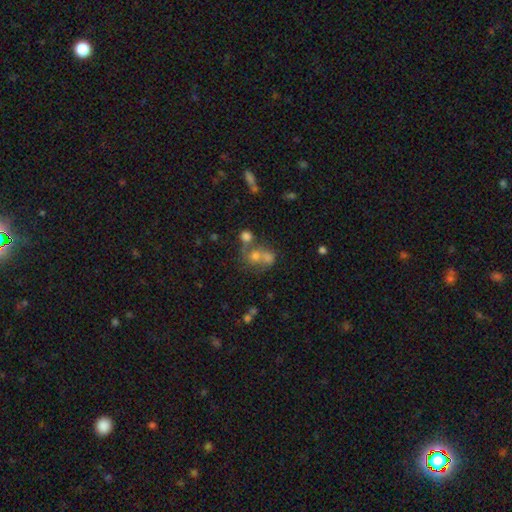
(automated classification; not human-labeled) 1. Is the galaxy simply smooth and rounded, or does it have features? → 52% smooth, 25% featured or disk, 23% star or artifact.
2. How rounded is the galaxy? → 67% round, 31% in between, 1% cigar-shaped.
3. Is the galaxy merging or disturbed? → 51% merger, 34% none, 9% minor disturbance, 7% major disturbance.